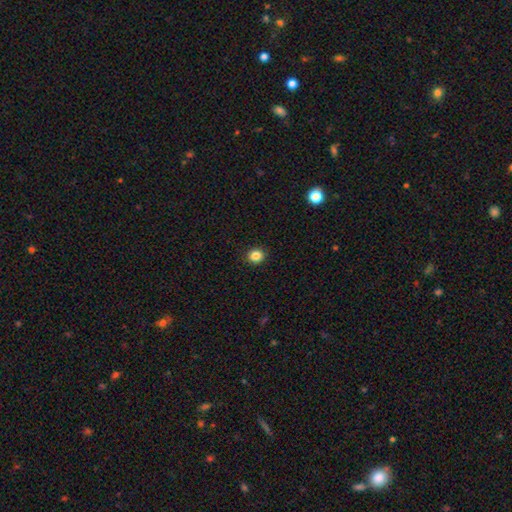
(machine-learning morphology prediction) This appears to be a smooth galaxy with no disk features (85%) that is round (83%). Merging: none (92%).